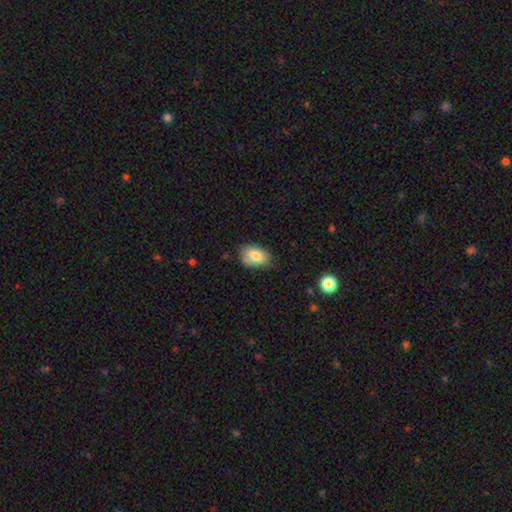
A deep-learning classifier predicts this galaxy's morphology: A smooth galaxy with no disk features (80%) that is in between round and cigar-shaped (88%). Merging: none (70%).